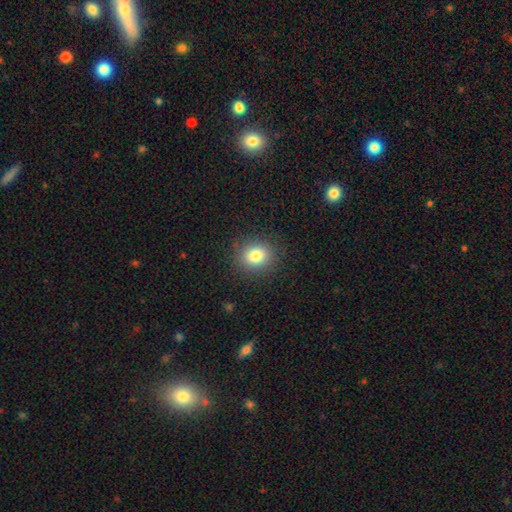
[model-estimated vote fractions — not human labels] Q: Smooth or featured?
A: smooth (81%); runner-up: star or artifact (12%)
Q: How rounded?
A: round (74%); runner-up: in between (25%)
Q: Merging?
A: none (88%); runner-up: minor disturbance (8%)